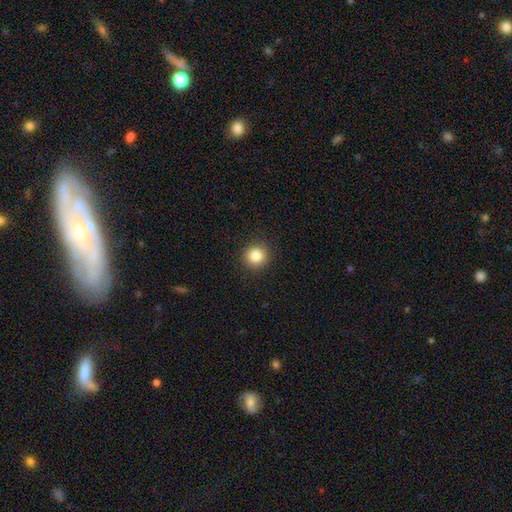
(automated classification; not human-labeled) This is clearly a smooth galaxy (85%). How rounded: clearly round (93%). Merging: clearly none (91%).